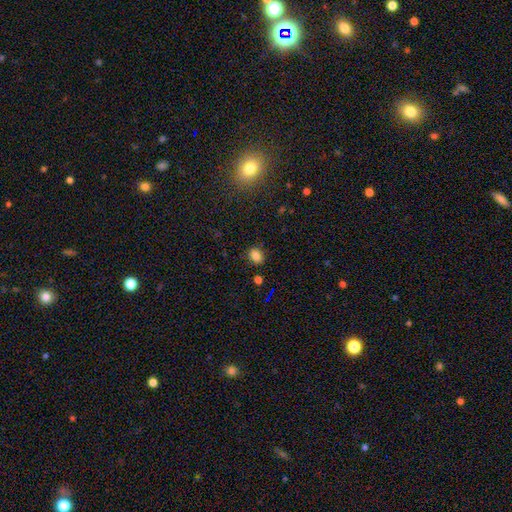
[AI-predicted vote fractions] Morphology: type=smooth (81%); roundness=in between (51%); merging=none (83%).